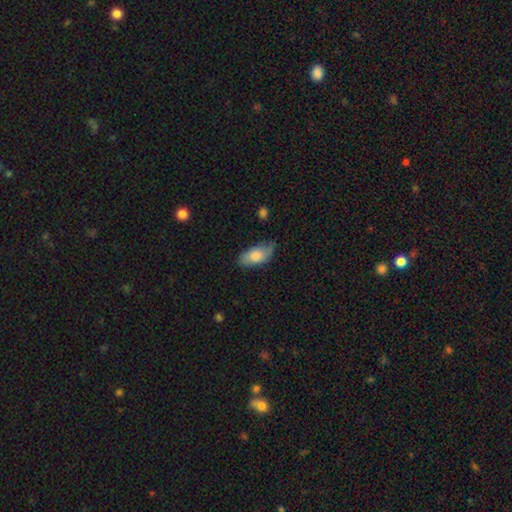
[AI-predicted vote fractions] This is likely a smooth galaxy (72%). How rounded: clearly in between (89%). Merging: likely none (71%).